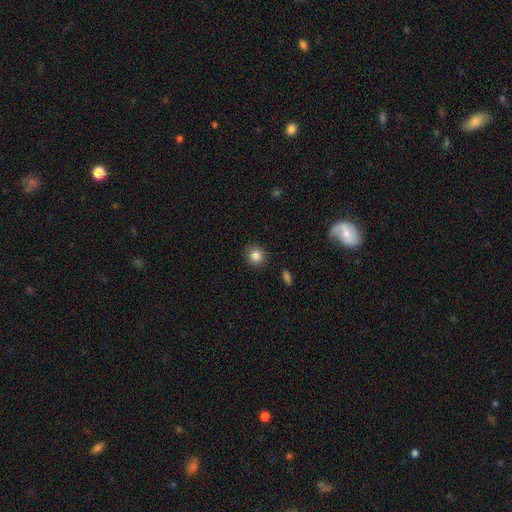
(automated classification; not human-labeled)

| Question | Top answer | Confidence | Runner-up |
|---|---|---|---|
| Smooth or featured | smooth | 85% | star or artifact (10%) |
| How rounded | round | 86% | in between (13%) |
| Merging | none | 88% | minor disturbance (8%) |